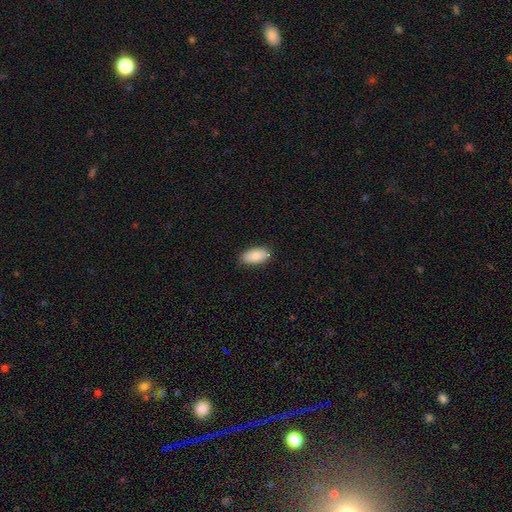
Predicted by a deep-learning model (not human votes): Smooth or featured?
  - smooth: 87% *
  - featured or disk: 7%
  - star or artifact: 6%
How rounded?
  - in between: 94% *
  - cigar-shaped: 4%
  - round: 2%
Merging?
  - none: 86% *
  - minor disturbance: 11%
  - major disturbance: 2%
  - merger: 1%